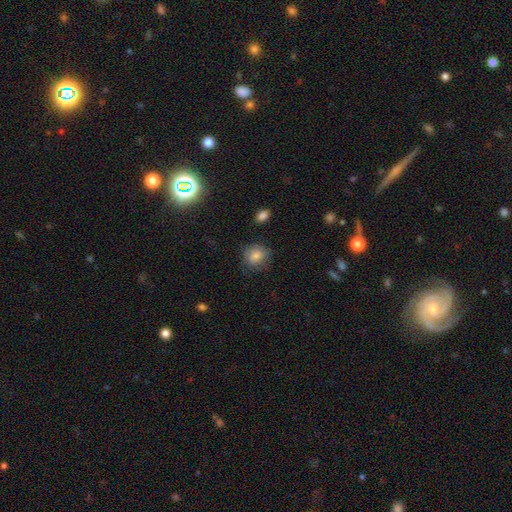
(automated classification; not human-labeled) The model was most divided on "how rounded": round: 71%, in between: 28%, cigar-shaped: 1%. More confident: smooth or featured — smooth (81%); merging — none (75%).